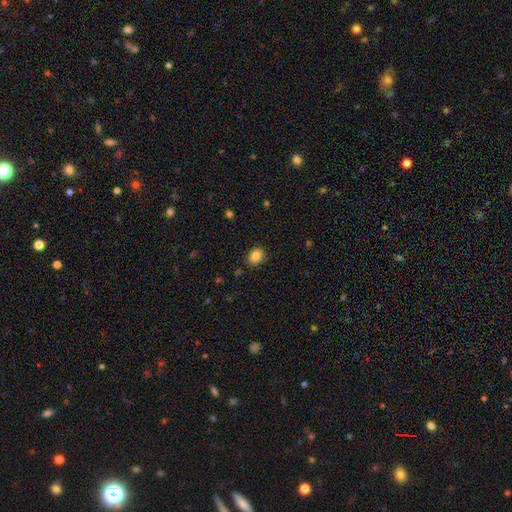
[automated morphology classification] type=smooth (84%); roundness=in between (54%); merging=none (86%).